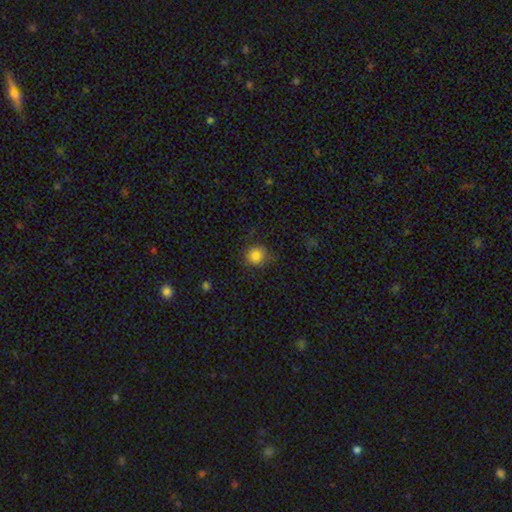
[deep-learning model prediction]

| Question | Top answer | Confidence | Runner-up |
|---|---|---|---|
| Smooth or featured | smooth | 84% | star or artifact (11%) |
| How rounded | round | 88% | in between (11%) |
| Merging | none | 79% | minor disturbance (15%) |